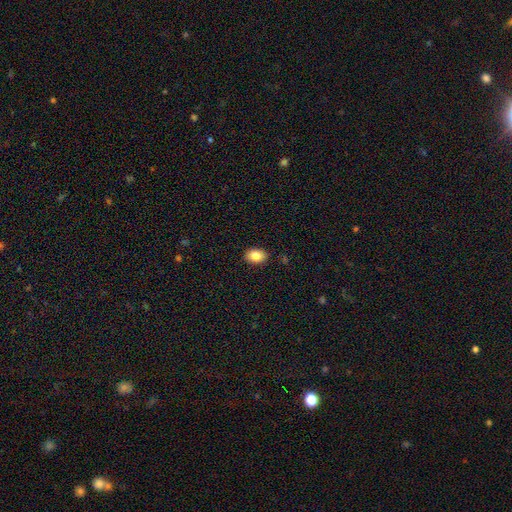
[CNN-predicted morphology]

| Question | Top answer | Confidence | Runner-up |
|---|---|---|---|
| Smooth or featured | smooth | 86% | star or artifact (8%) |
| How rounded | in between | 78% | round (21%) |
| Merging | none | 88% | minor disturbance (9%) |